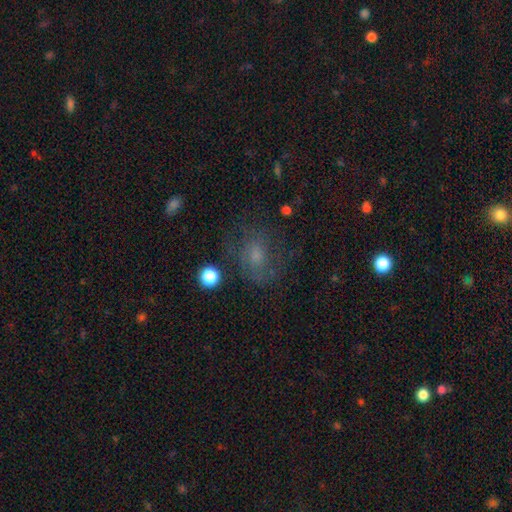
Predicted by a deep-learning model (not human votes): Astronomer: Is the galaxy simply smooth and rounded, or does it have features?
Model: smooth — 43% (runner-up: featured or disk, 38%).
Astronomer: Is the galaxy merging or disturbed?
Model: none — 59%.